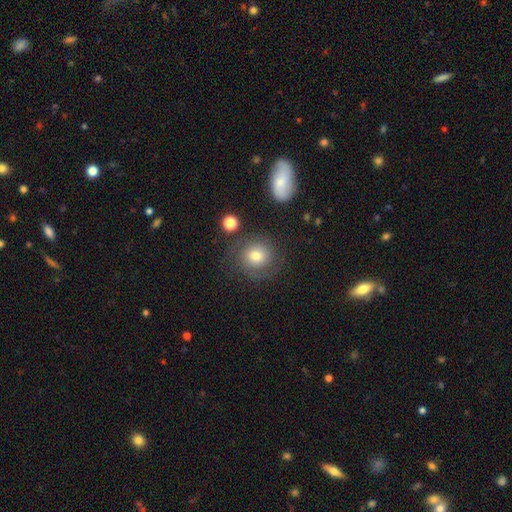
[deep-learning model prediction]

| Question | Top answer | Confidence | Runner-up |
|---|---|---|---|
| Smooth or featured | smooth | 63% | featured or disk (26%) |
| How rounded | round | 89% | in between (10%) |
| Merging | none | 69% | minor disturbance (16%) |